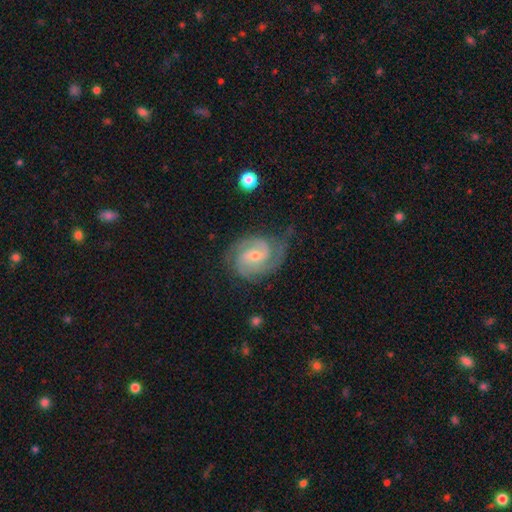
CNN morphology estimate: This appears to be a featured or disk galaxy (89%) with no bar (48%), 2 (69%) tight (51%) spiral arms (98%) and a small central bulge (54%). Merging: none (67%).